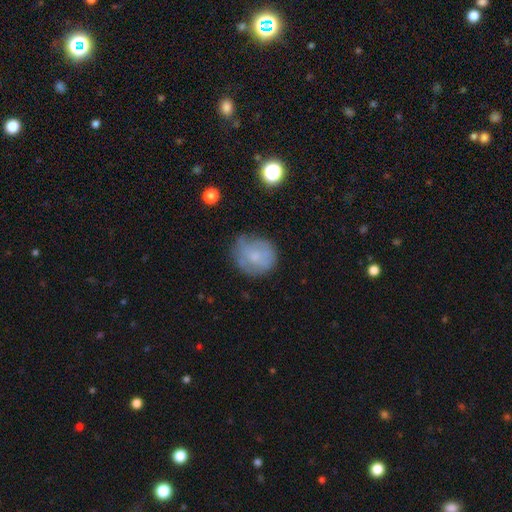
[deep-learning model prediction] This is likely a smooth galaxy (60%). How rounded: clearly round (81%). Merging: possibly none (55%).